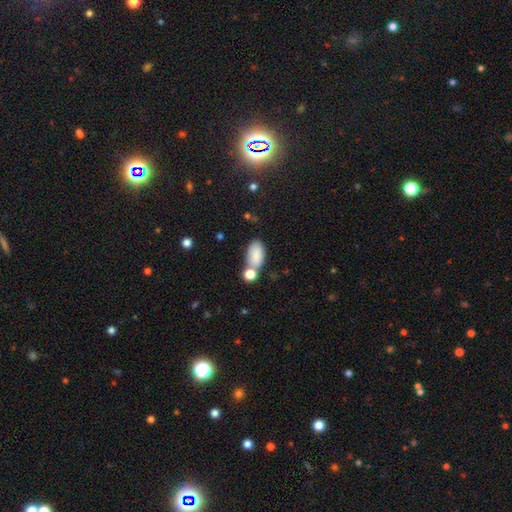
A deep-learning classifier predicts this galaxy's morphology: This is clearly a smooth galaxy (85%). How rounded: clearly in between (93%). Merging: possibly none (54%).